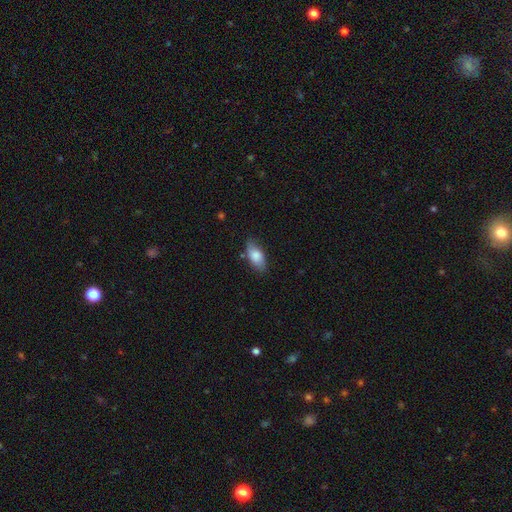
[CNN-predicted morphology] smooth 79%, featured or disk 14%, star or artifact 7%. Down the decision tree: how rounded — in between (88%); merging — none (74%).